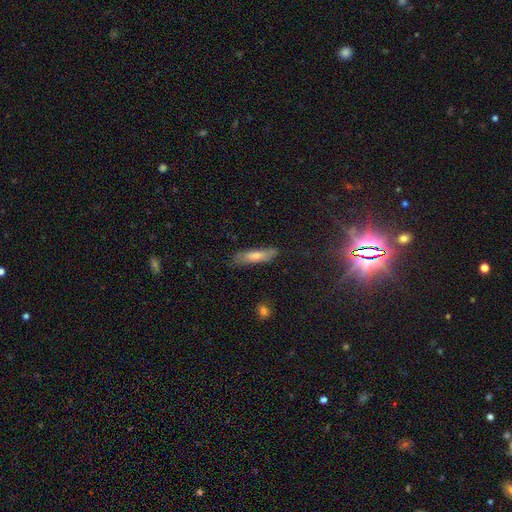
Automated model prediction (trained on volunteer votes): Smooth or featured? smooth (60%)
How rounded? cigar-shaped (74%)
Merging? none (77%)